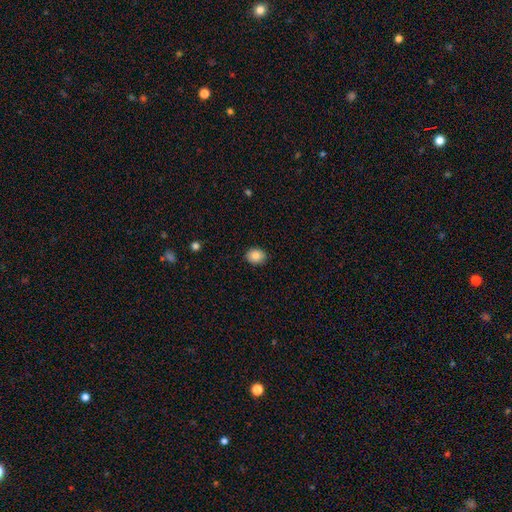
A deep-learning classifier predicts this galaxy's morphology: Smooth or featured: smooth — 86% (star or artifact — 9%)
How rounded: round — 51% (in between — 49%)
Merging: none — 88% (minor disturbance — 9%)